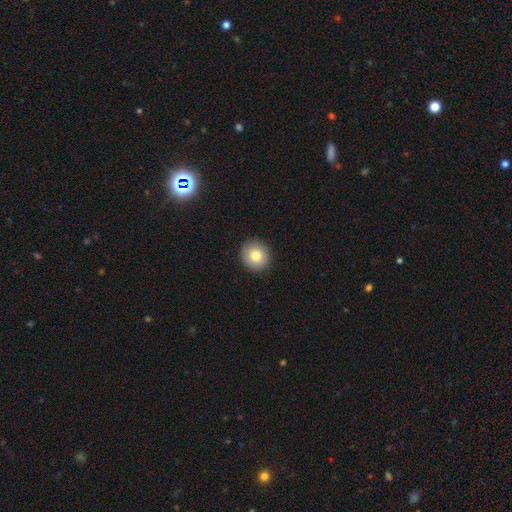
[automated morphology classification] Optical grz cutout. It shows a smooth galaxy with no disk features (81%) that is round (90%). Merging: none (91%).